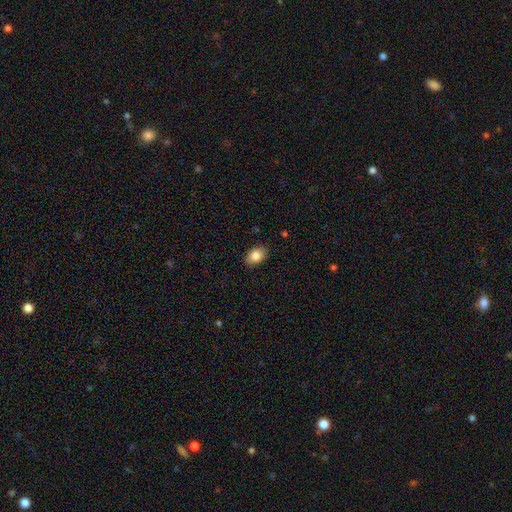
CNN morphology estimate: smooth_or_featured: smooth (p=0.84) [alt: featured or disk p=0.08]
how_rounded: in between (p=0.83) [alt: round p=0.16]
merging: none (p=0.86) [alt: minor disturbance p=0.11]